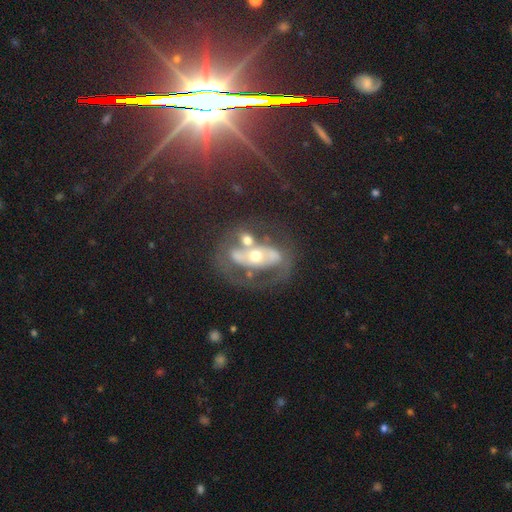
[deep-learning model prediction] A featured or disk galaxy (71%) with no bar (55%), spiral arms (51%) and a moderate central bulge (66%).

Vote fractions:
- Smooth or featured? featured or disk: 71% / smooth: 18% / star or artifact: 12%
- Edge-on disk? no: 91% / yes: 9%
- Bar? no: 55% / strong: 24% / weak: 20%
- Spiral arms? yes: 51% / no: 49%
- Bulge size? moderate: 66% / small: 23% / large: 7% / none: 2% / dominant: 2%
- Merging? none: 39% / merger: 26% / major disturbance: 19% / minor disturbance: 15%